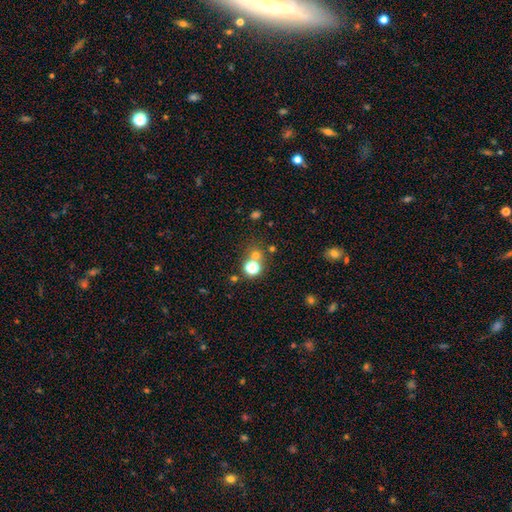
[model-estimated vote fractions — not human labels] This is likely a smooth galaxy (61%). How rounded: clearly round (87%). Merging: likely none (63%).